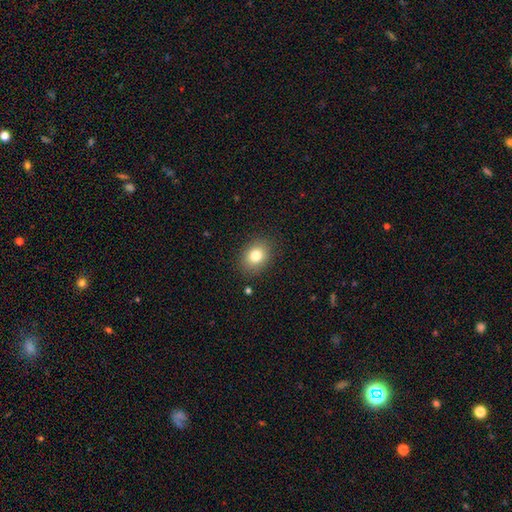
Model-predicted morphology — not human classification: smooth 81%, star or artifact 10%, featured or disk 9%. Down the decision tree: how rounded — in between (54%); merging — none (86%).